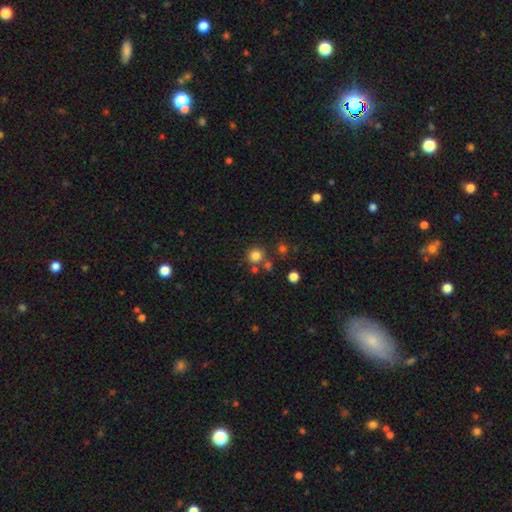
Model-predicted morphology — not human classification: Smooth or featured?
  - smooth: 80% *
  - star or artifact: 14%
  - featured or disk: 6%
How rounded?
  - round: 92% *
  - in between: 7%
  - cigar-shaped: 1%
Merging?
  - none: 73% *
  - merger: 15%
  - minor disturbance: 9%
  - major disturbance: 4%